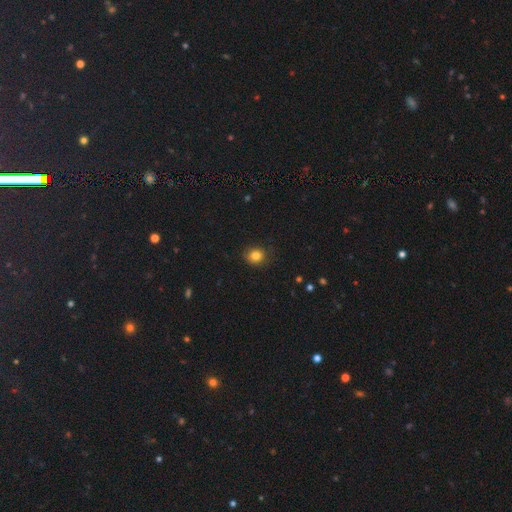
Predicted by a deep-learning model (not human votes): This is clearly a smooth galaxy (82%). How rounded: likely round (73%). Merging: clearly none (83%).